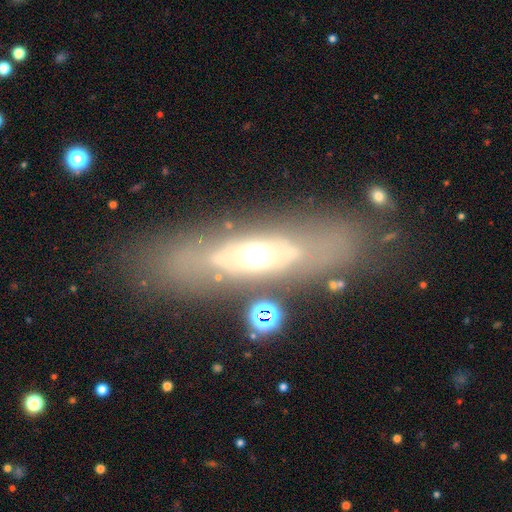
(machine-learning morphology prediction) Overall: featured or disk (58%; smooth 30%). Edge-on disk: no (58%; yes 42%). Merging: none (68%).